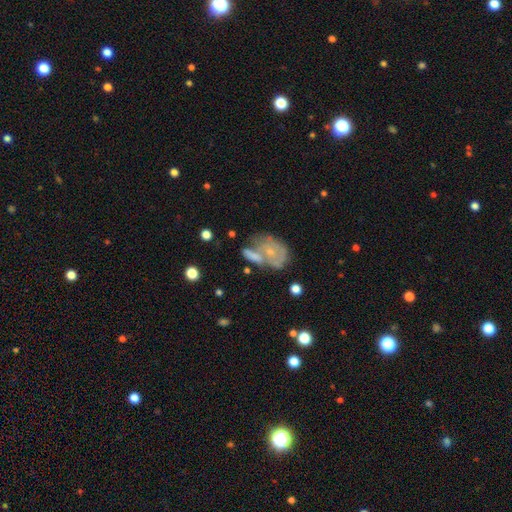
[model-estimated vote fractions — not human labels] Q: Smooth or featured?
A: smooth (46%); runner-up: featured or disk (45%)
Q: Merging?
A: merger (41%); runner-up: none (30%)